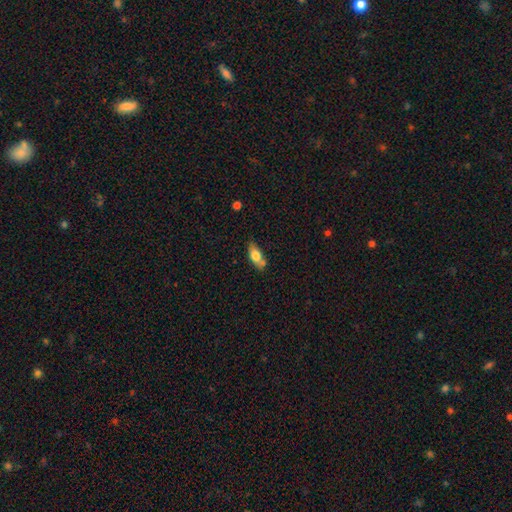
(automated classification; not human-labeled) Overall: smooth (71%). How rounded: in between (80%). Merging: none (61%).